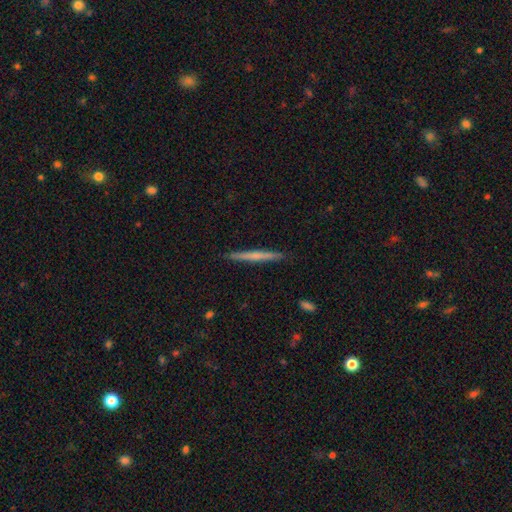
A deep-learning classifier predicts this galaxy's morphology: smooth_or_featured: smooth (p=0.51) [alt: featured or disk p=0.43]
how_rounded: cigar-shaped (p=0.97) [alt: in between p=0.02]
merging: none (p=0.91) [alt: minor disturbance p=0.06]